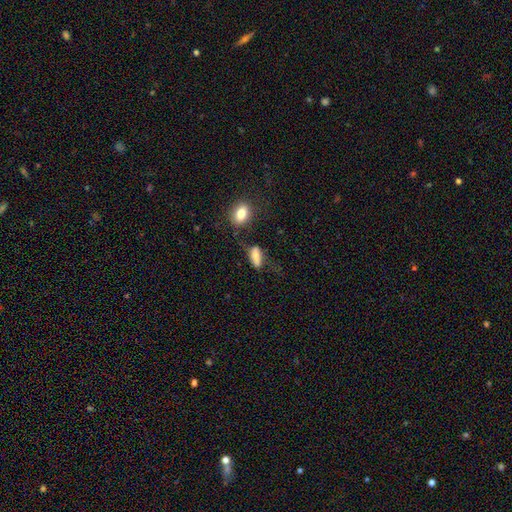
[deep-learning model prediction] A smooth galaxy with no disk features (68%) that is in between round and cigar-shaped (77%). Merging: none (47%).